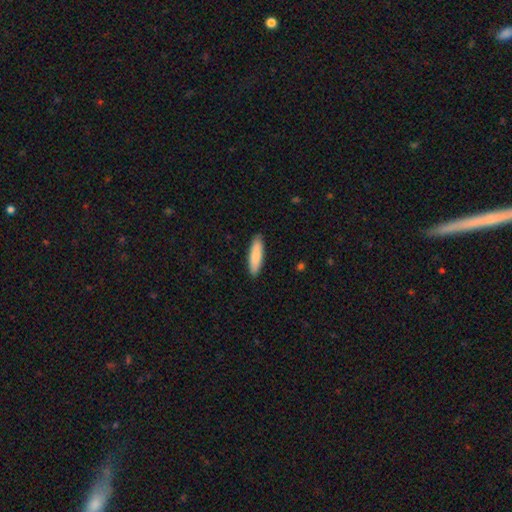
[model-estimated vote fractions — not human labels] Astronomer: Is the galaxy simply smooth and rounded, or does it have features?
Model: smooth — 86%.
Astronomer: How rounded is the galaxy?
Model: cigar-shaped — 64%.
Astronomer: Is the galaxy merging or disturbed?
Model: none — 90%.